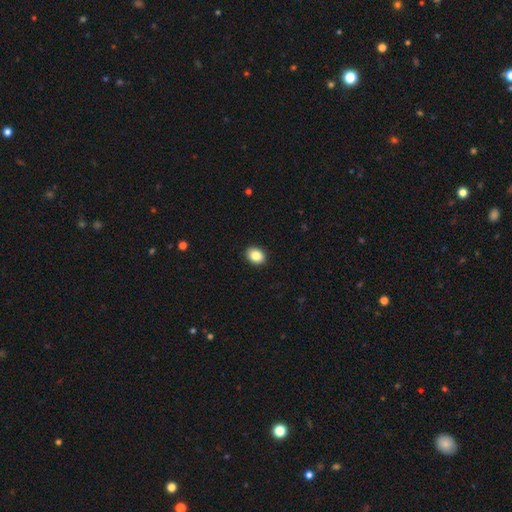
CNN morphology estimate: This is clearly a smooth galaxy (87%). How rounded: likely in between (64%). Merging: clearly none (91%).